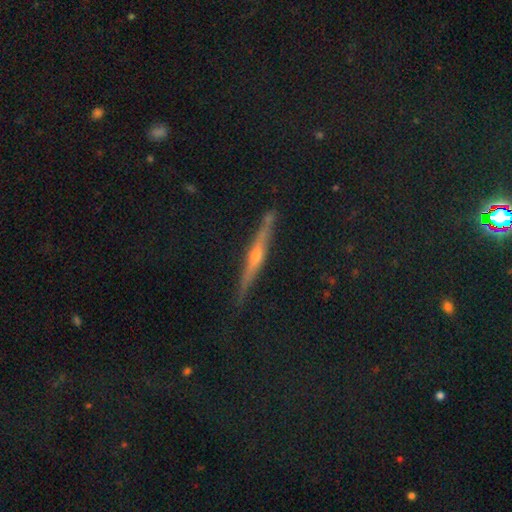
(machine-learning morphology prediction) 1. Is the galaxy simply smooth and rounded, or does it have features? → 73% featured or disk, 20% smooth, 7% star or artifact.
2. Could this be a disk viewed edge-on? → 97% yes, 3% no.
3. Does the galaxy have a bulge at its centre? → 83% rounded, 13% none, 5% boxy.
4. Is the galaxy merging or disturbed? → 84% none, 12% minor disturbance, 2% merger, 2% major disturbance.